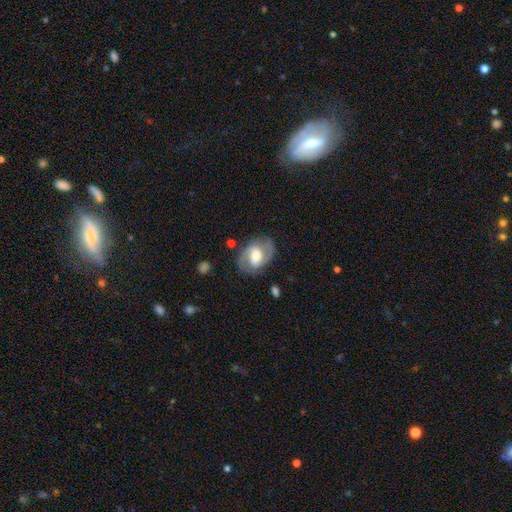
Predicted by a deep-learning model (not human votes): This appears to be a featured or disk galaxy (63%) with a weak bar (44%), spiral arms (77%) and a moderate central bulge (50%). Merging: none (75%).